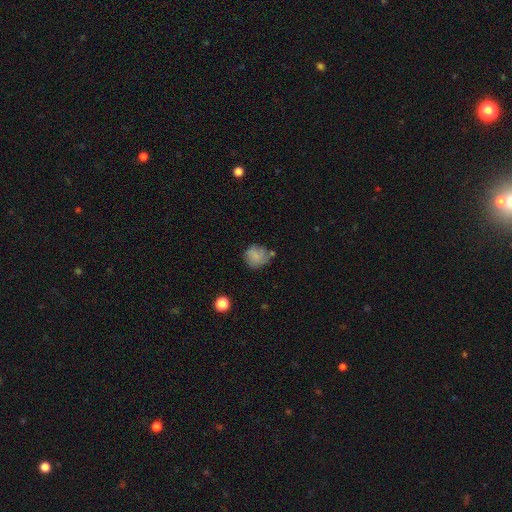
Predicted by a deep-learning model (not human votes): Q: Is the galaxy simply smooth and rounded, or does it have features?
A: smooth — 76%.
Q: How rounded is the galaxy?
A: round — 80%.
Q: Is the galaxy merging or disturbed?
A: none — 57%.